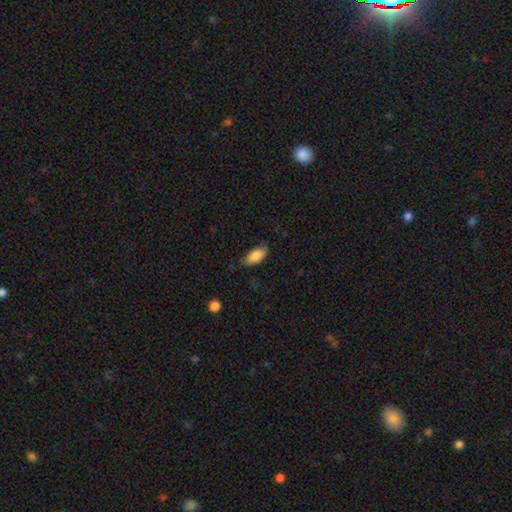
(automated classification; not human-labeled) Q: Smooth or featured?
A: smooth (85%); runner-up: featured or disk (8%)
Q: How rounded?
A: in between (90%); runner-up: cigar-shaped (8%)
Q: Merging?
A: none (71%); runner-up: minor disturbance (23%)